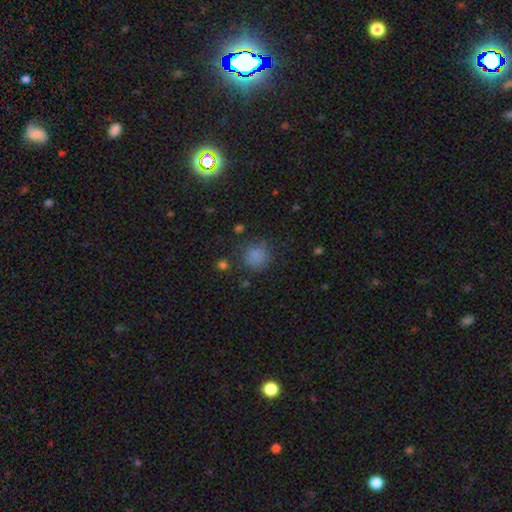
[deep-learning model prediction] smooth_or_featured: smooth (p=0.78) [alt: star or artifact p=0.14]
how_rounded: round (p=0.86) [alt: in between p=0.13]
merging: none (p=0.73) [alt: minor disturbance p=0.16]